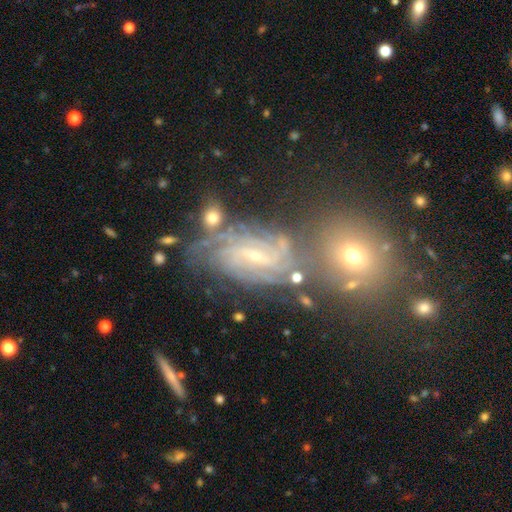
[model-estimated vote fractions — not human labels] Smooth or featured?
  - featured or disk: 81% *
  - star or artifact: 11%
  - smooth: 8%
Edge-on disk?
  - no: 96% *
  - yes: 4%
Bar?
  - weak: 50% *
  - no: 29%
  - strong: 21%
Spiral arms?
  - yes: 96% *
  - no: 4%
Spiral winding?
  - tight: 61% *
  - medium: 32%
  - loose: 8%
Spiral arm count?
  - can't tell: 29% *
  - 3: 21%
  - 2: 18%
  - 4: 16%
  - more than 4: 8%
  - 1: 7%
Bulge size?
  - small: 75% *
  - moderate: 20%
  - none: 3%
  - large: 1%
  - dominant: 1%
Merging?
  - none: 63% *
  - minor disturbance: 18%
  - merger: 10%
  - major disturbance: 9%